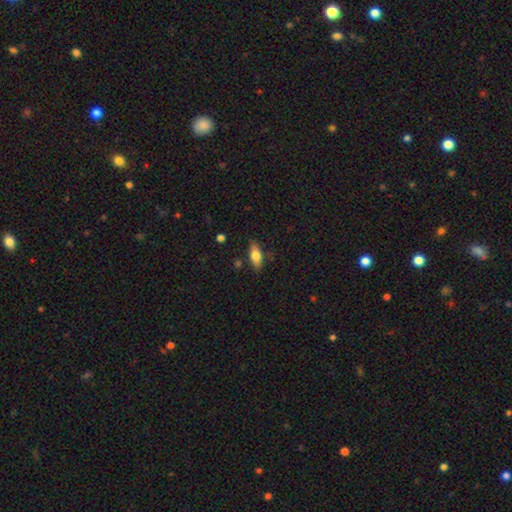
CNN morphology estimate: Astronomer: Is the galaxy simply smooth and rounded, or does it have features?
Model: smooth — 65%.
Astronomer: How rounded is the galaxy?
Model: in between — 73%.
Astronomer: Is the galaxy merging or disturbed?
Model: none — 81%.